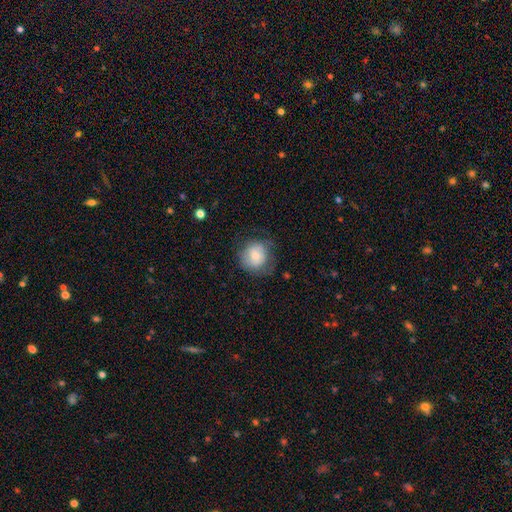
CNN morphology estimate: This appears to be a smooth galaxy with no disk features (71%) that is round (86%). Merging: none (65%).